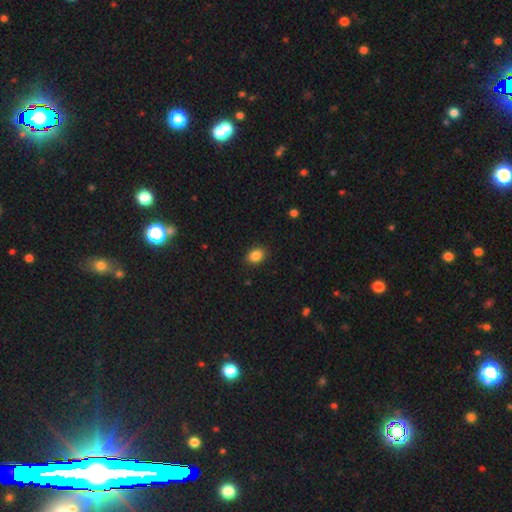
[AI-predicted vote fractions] Smooth or featured?
  - smooth: 86% *
  - star or artifact: 9%
  - featured or disk: 4%
How rounded?
  - in between: 68% *
  - round: 31%
  - cigar-shaped: 1%
Merging?
  - none: 89% *
  - minor disturbance: 8%
  - major disturbance: 2%
  - merger: 1%